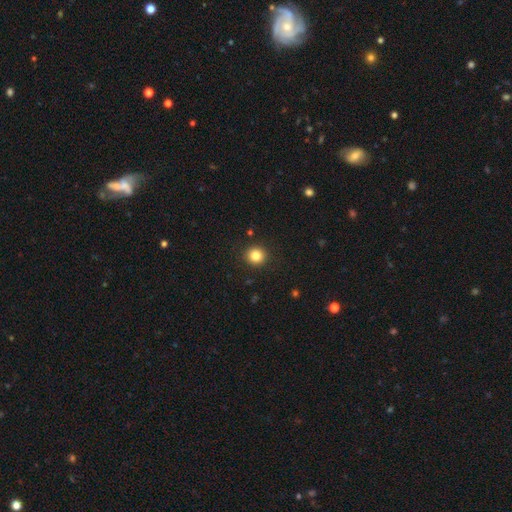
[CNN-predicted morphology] This appears to be a smooth galaxy with no disk features (84%) that is round (91%). Merging: none (92%).